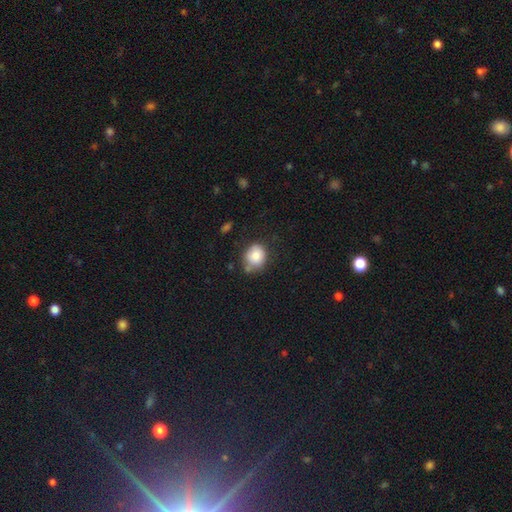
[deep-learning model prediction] Smooth or featured? Predicted: smooth (p=0.82). How rounded? Predicted: round (p=0.73). Merging? Predicted: none (p=0.63).